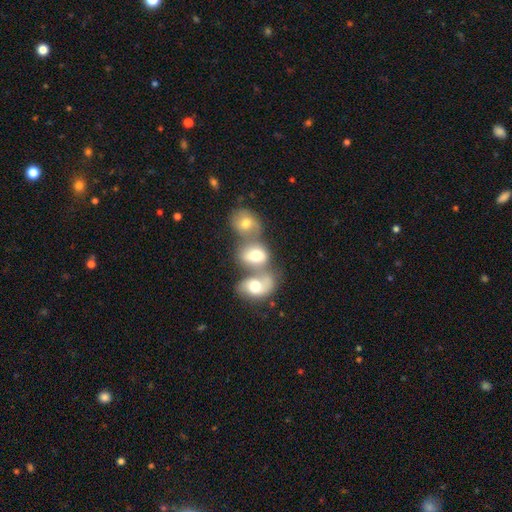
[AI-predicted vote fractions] This appears to be a smooth galaxy with no disk features (59%) that is in between round and cigar-shaped (70%). Merging: merger (65%).